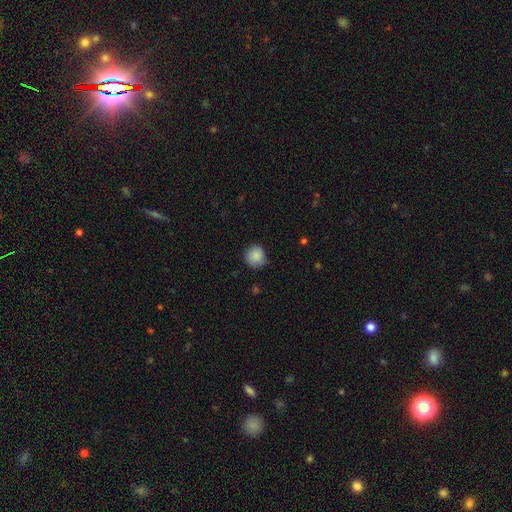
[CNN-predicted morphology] This appears to be a smooth galaxy with no disk features (88%) that is round (92%). Merging: none (81%).